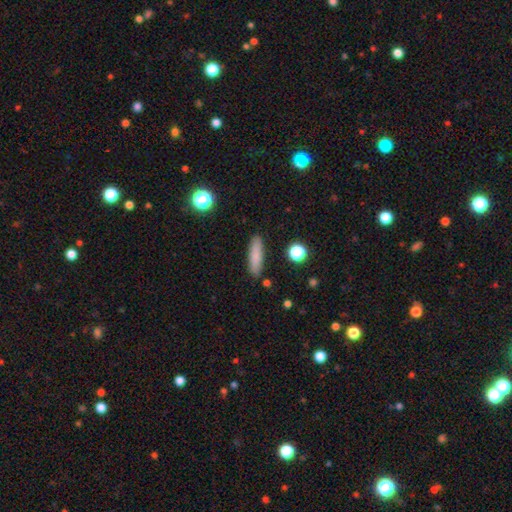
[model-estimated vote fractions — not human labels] A smooth galaxy with no disk features (82%) that is cigar-shaped (71%). Merging: none (88%).